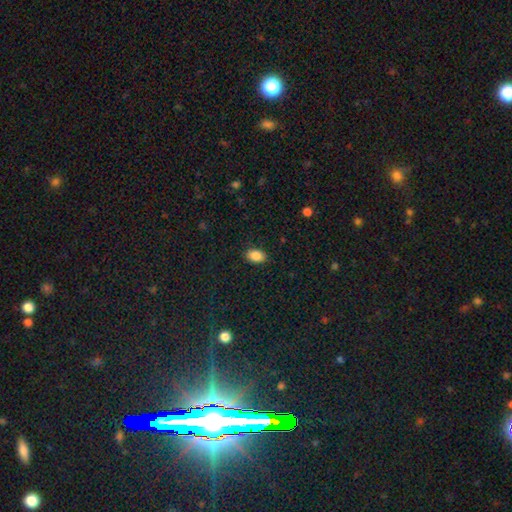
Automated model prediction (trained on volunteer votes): smooth_or_featured: smooth (p=0.87) [alt: star or artifact p=0.09]
how_rounded: in between (p=0.84) [alt: round p=0.15]
merging: none (p=0.87) [alt: minor disturbance p=0.09]